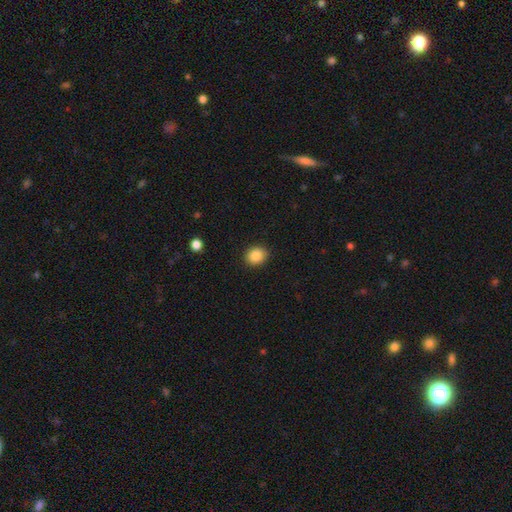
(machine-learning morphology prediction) Smooth or featured? smooth (88%)
How rounded? round (65%)
Merging? none (90%)